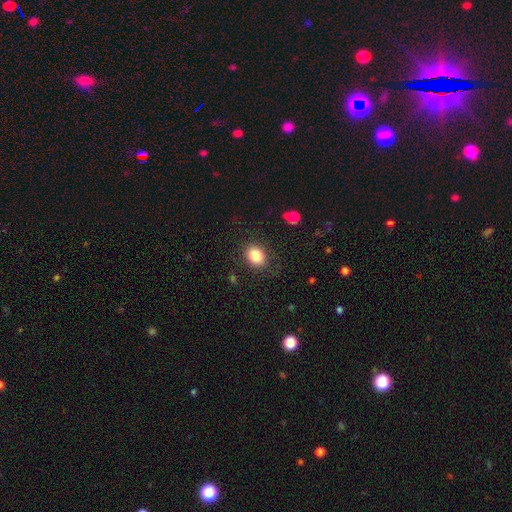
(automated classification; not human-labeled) A smooth galaxy with no disk features (85%) that is in between round and cigar-shaped (50%). Merging: none (83%).